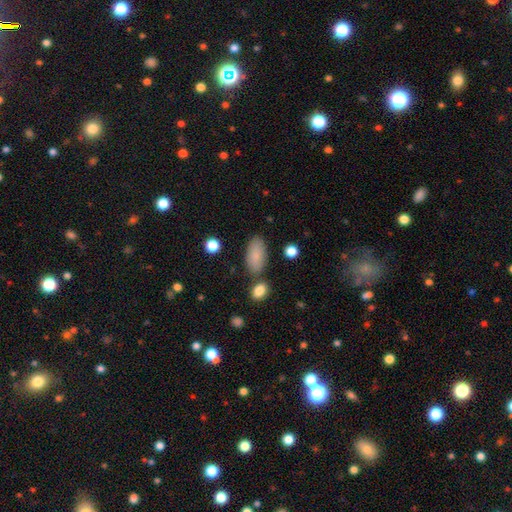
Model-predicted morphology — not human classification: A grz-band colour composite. It shows a smooth galaxy with no disk features (85%) that is in between round and cigar-shaped (92%). Merging: none (78%).